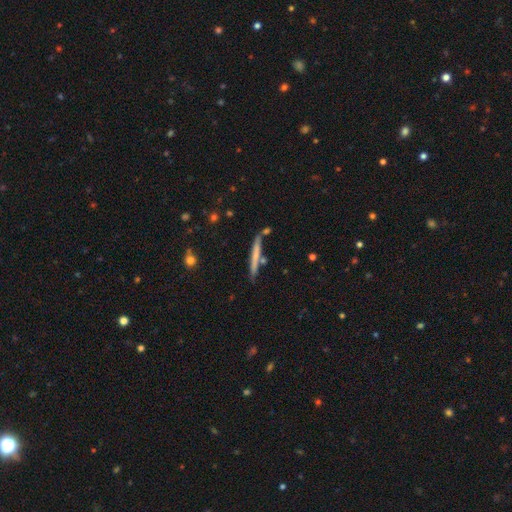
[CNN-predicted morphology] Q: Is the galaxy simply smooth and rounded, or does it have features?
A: smooth — 54%.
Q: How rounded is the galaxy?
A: cigar-shaped — 96%.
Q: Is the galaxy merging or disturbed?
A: none — 78%.